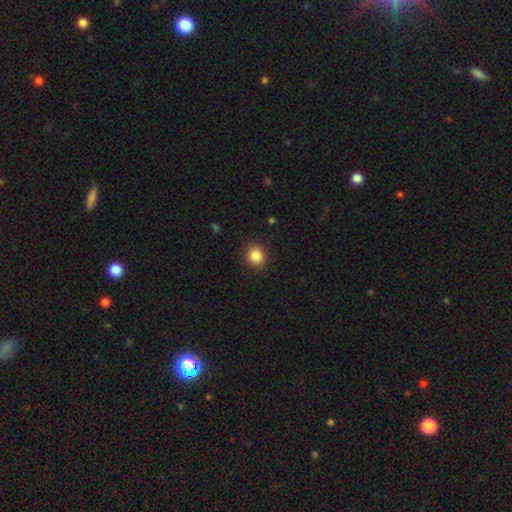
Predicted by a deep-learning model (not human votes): Smooth or featured? smooth (86%)
How rounded? round (83%)
Merging? none (90%)